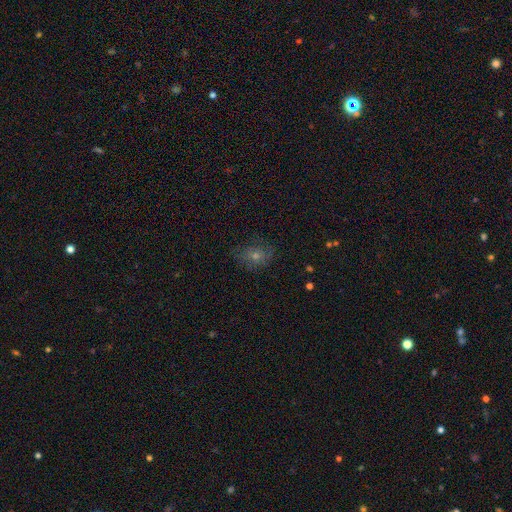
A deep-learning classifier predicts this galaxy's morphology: smooth 46%, featured or disk 29%, star or artifact 25%. Down the decision tree: merging — none (72%).